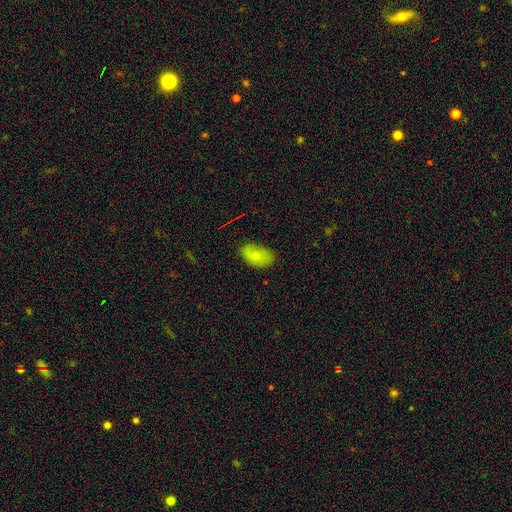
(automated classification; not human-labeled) smooth_or_featured: smooth (p=0.74) [alt: featured or disk p=0.16]
how_rounded: in between (p=0.93) [alt: round p=0.05]
merging: none (p=0.77) [alt: minor disturbance p=0.18]